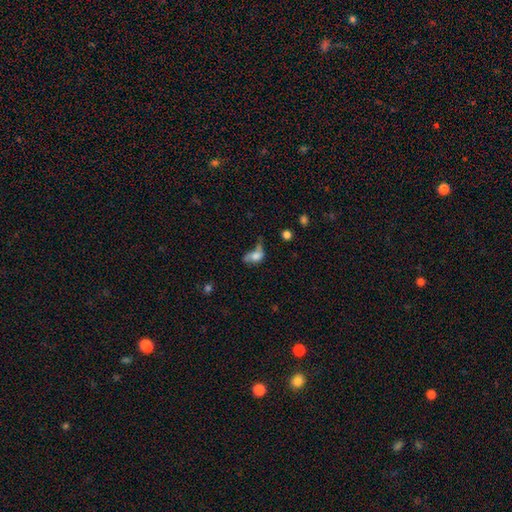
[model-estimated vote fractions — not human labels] Smooth or featured? Predicted: smooth (p=0.63). How rounded? Predicted: in between (p=0.79). Merging? Predicted: major disturbance (p=0.36).